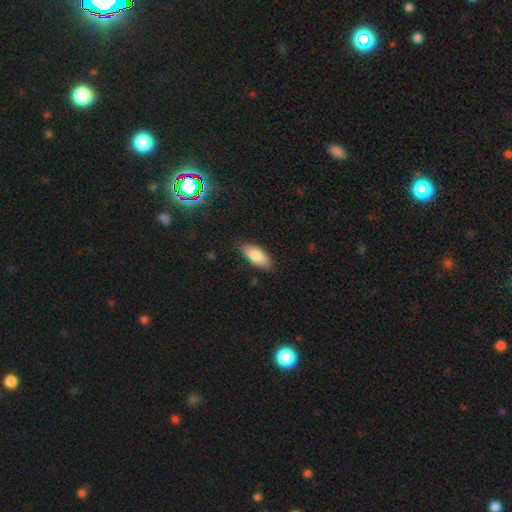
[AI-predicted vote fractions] This appears to be a smooth galaxy with no disk features (85%) that is in between round and cigar-shaped (80%). Merging: none (82%).